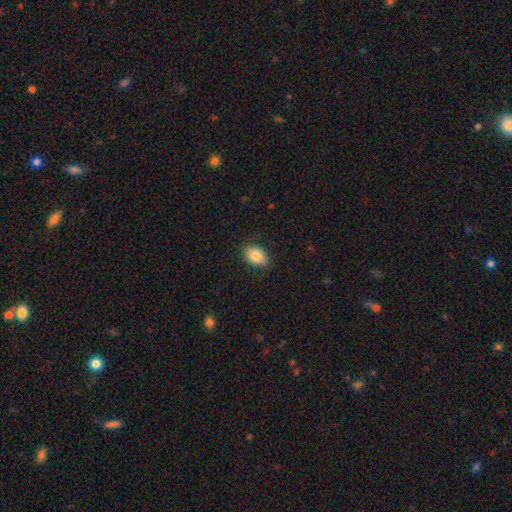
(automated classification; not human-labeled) Smooth or featured? Predicted: smooth (p=0.83). How rounded? Predicted: in between (p=0.77). Merging? Predicted: none (p=0.85).